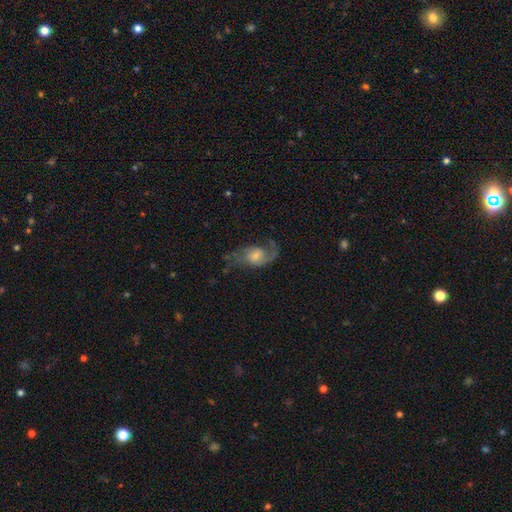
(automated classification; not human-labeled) Overall: featured or disk (75%). Edge-on disk: no (96%). Bar: no (62%; weak 33%). Spiral arms: yes (92%). Spiral arm count: 2 (67%). Spiral winding: loose (52%; medium 38%). Bulge size: moderate (40%; small 38%). Merging: none (53%; major disturbance 24%).